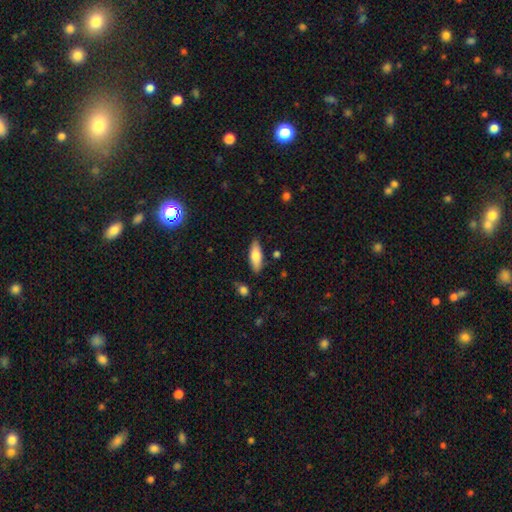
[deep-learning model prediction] The model was most divided on "how rounded": in between: 71%, cigar-shaped: 27%, round: 2%. More confident: merging — none (84%); smooth or featured — smooth (78%).